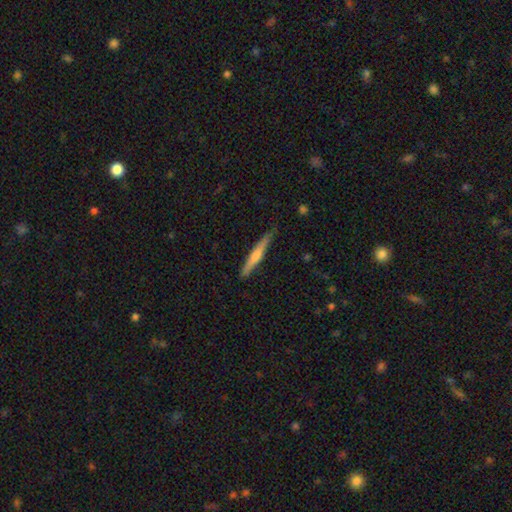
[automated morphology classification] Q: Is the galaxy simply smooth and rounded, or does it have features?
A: featured or disk — 50%.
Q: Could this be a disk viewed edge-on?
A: yes — 97%.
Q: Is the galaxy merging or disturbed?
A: none — 86%.